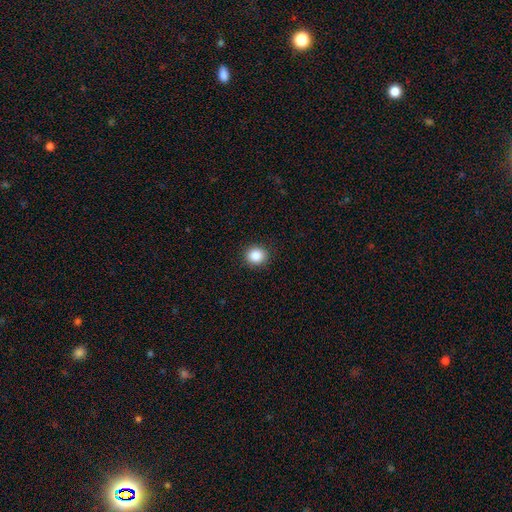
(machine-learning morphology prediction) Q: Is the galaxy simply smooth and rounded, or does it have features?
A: smooth — 86%.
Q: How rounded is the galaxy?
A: round — 86%.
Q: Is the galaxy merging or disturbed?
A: none — 91%.